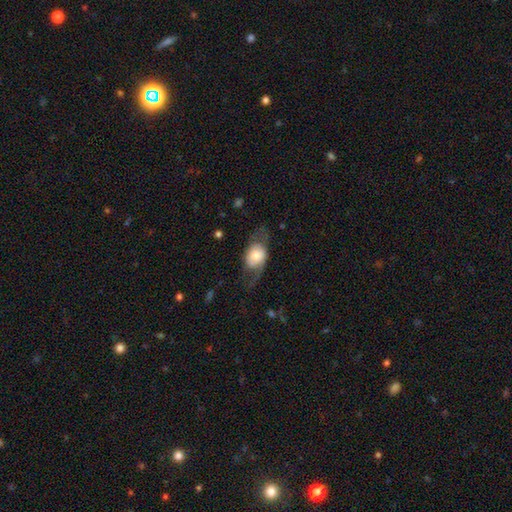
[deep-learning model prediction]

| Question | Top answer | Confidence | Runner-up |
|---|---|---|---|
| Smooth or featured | smooth | 52% | featured or disk (42%) |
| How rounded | in between | 60% | round (37%) |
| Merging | none | 57% | minor disturbance (21%) |